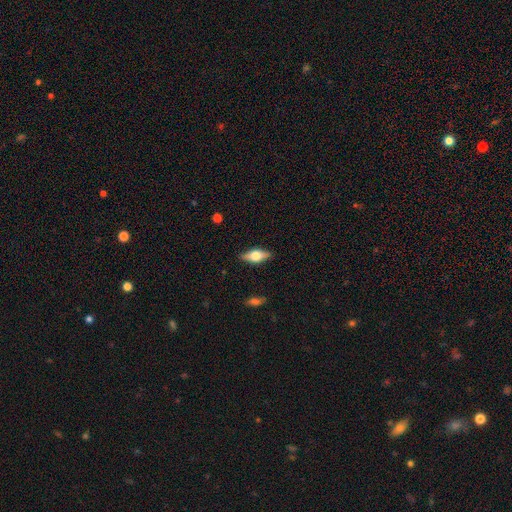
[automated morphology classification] smooth_or_featured: featured or disk (p=0.48) [alt: smooth p=0.45]
merging: none (p=0.87) [alt: minor disturbance p=0.10]